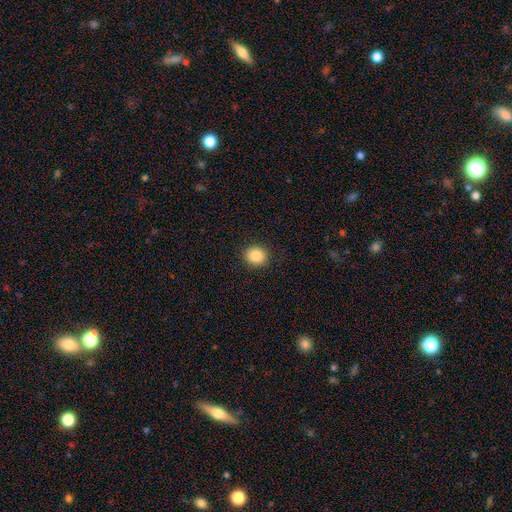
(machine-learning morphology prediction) smooth_or_featured: smooth (p=0.86) [alt: star or artifact p=0.09]
how_rounded: round (p=0.77) [alt: in between p=0.22]
merging: none (p=0.91) [alt: minor disturbance p=0.06]